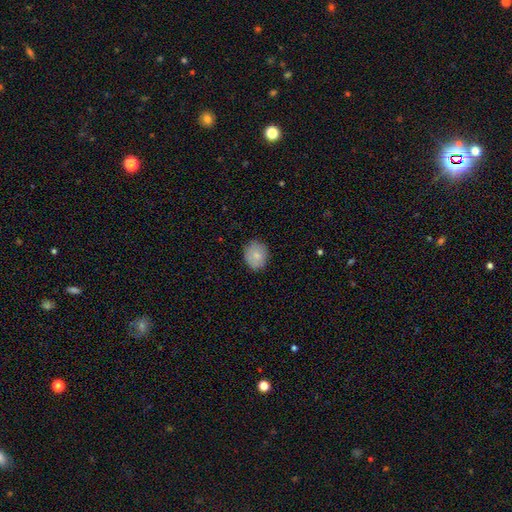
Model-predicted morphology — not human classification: Smooth or featured?
  - smooth: 82% *
  - featured or disk: 11%
  - star or artifact: 7%
How rounded?
  - round: 56% *
  - in between: 43%
  - cigar-shaped: 1%
Merging?
  - none: 83% *
  - minor disturbance: 13%
  - major disturbance: 3%
  - merger: 1%